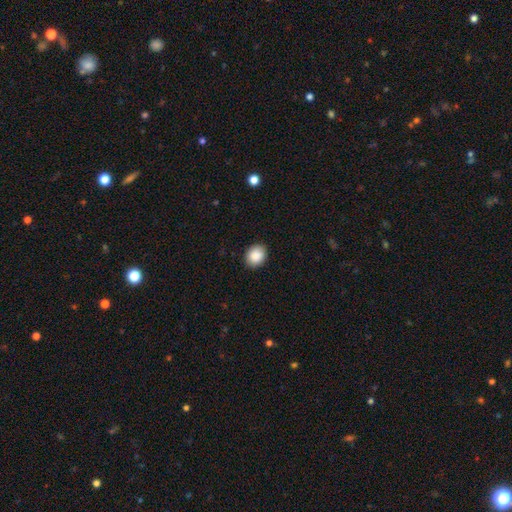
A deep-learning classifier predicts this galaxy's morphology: The model was most divided on "how rounded": in between: 53%, round: 47%, cigar-shaped: 1%. More confident: smooth or featured — smooth (89%); merging — none (89%).